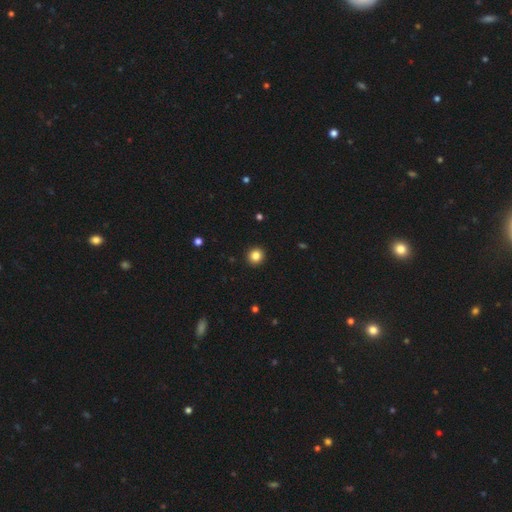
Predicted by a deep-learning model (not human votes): Overall: smooth (84%). How rounded: round (93%). Merging: none (94%).